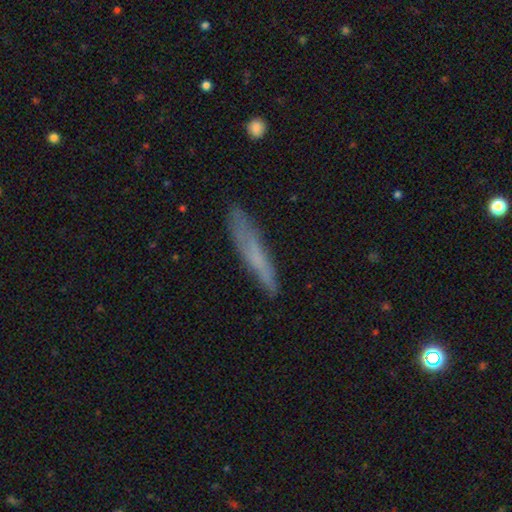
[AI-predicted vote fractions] smooth-or-featured: smooth: 58% | featured or disk: 34% | star or artifact: 9%
  how-rounded: cigar-shaped: 91% | in between: 7% | round: 1%
  merging: none: 78% | minor disturbance: 16% | major disturbance: 4% | merger: 2%